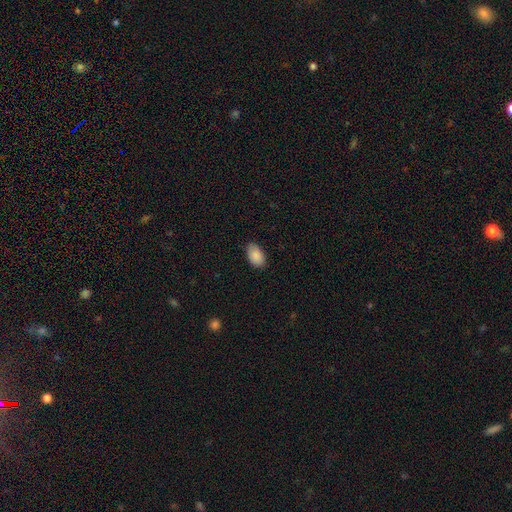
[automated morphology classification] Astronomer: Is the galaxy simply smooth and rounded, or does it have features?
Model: smooth — 89%.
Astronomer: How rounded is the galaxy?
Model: in between — 94%.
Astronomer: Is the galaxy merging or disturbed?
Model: none — 81%.